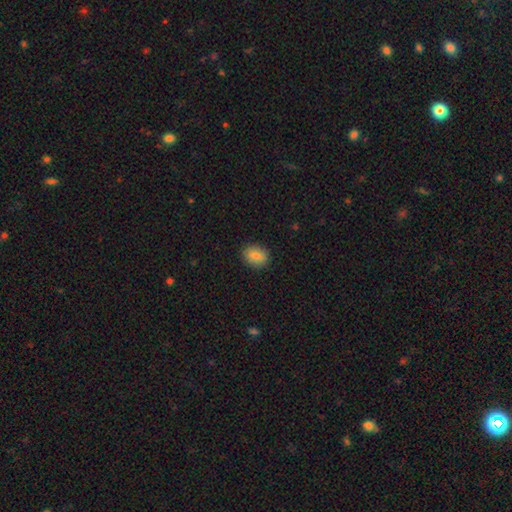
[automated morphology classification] smooth-or-featured: smooth: 81% | featured or disk: 11% | star or artifact: 8%
  how-rounded: in between: 55% | round: 44% | cigar-shaped: 1%
  merging: none: 89% | minor disturbance: 8% | major disturbance: 2% | merger: 1%